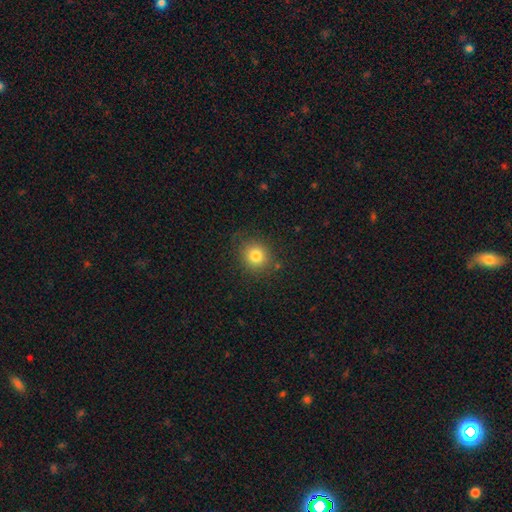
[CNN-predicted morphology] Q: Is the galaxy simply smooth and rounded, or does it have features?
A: smooth — 81%.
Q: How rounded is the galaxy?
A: round — 86%.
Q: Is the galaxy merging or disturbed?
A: none — 84%.